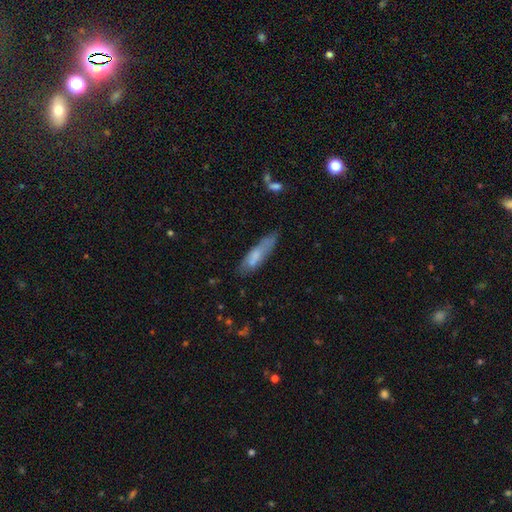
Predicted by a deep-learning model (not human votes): Smooth or featured?
  - smooth: 69% *
  - featured or disk: 24%
  - star or artifact: 7%
How rounded?
  - cigar-shaped: 70% *
  - in between: 29%
  - round: 2%
Merging?
  - none: 61% *
  - minor disturbance: 26%
  - major disturbance: 8%
  - merger: 4%